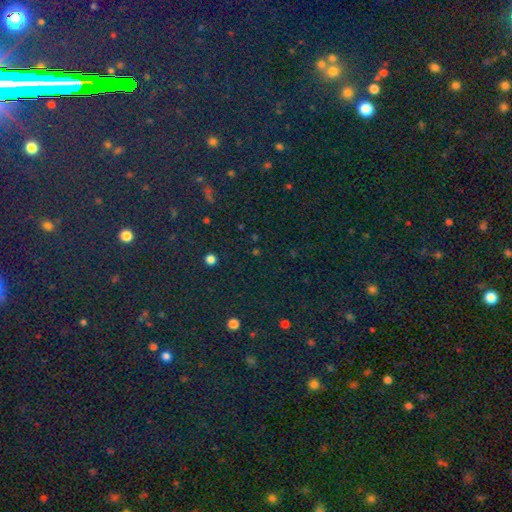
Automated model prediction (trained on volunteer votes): smooth_or_featured: star or artifact (p=0.79) [alt: smooth p=0.14]